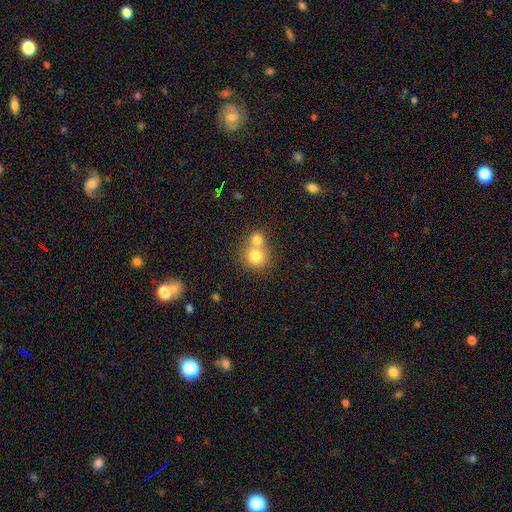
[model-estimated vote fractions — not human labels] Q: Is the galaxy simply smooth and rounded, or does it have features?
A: smooth — 78%.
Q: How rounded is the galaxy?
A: round — 85%.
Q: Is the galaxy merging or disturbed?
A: merger — 55%.